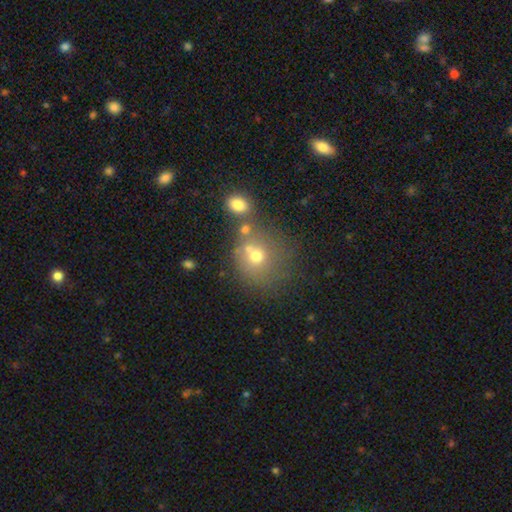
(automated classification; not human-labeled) A smooth galaxy with no disk features (65%) that is round (78%). Merging: none (47%).